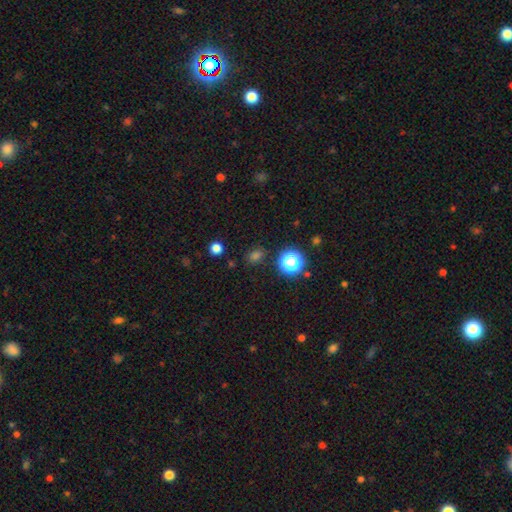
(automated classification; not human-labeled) Smooth or featured? Predicted: smooth (p=0.68). How rounded? Predicted: round (p=0.53). Merging? Predicted: none (p=0.84).